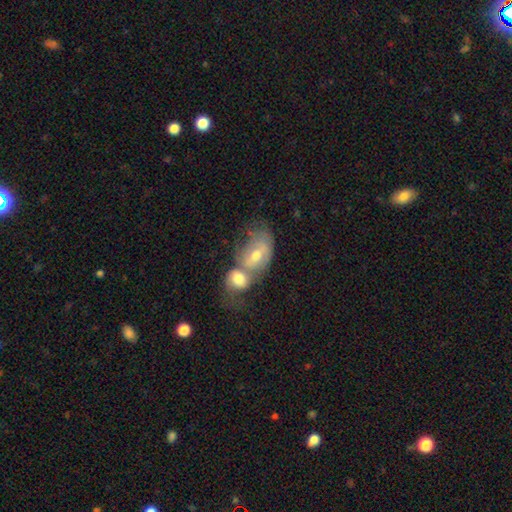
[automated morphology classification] This appears to be a smooth galaxy with no disk features (46%). Merging: merger (76%).